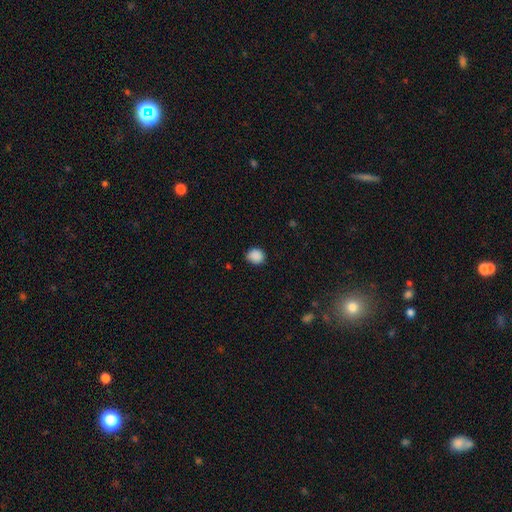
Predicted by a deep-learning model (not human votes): A smooth galaxy with no disk features (89%) that is round (72%). Merging: none (83%).